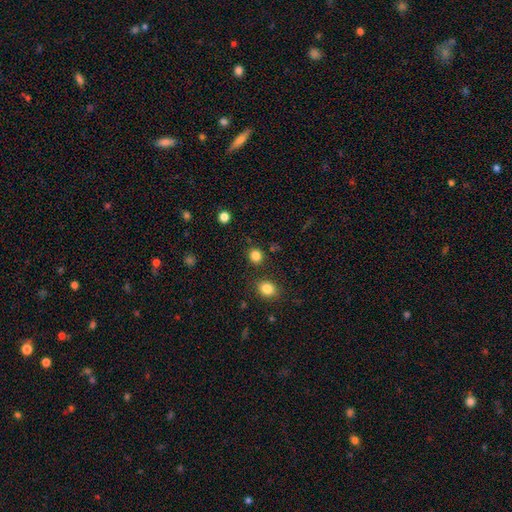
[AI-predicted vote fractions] A smooth galaxy with no disk features (84%) that is round (85%).

Vote fractions:
- Smooth or featured? smooth: 84% / star or artifact: 12% / featured or disk: 4%
- How rounded? round: 85% / in between: 14% / cigar-shaped: 1%
- Merging? none: 87% / minor disturbance: 7% / merger: 4% / major disturbance: 3%